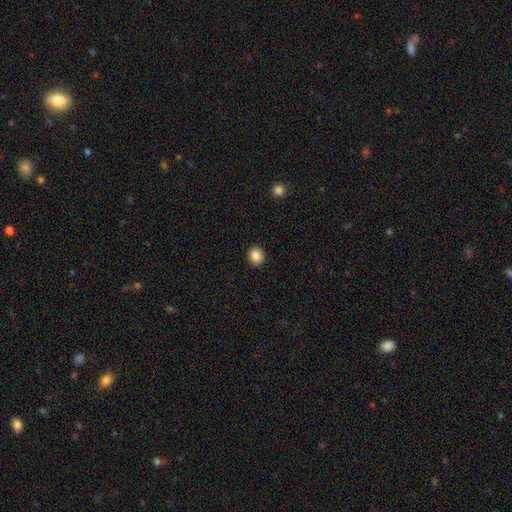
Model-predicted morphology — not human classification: Overall: smooth (86%). How rounded: round (78%). Merging: none (92%).